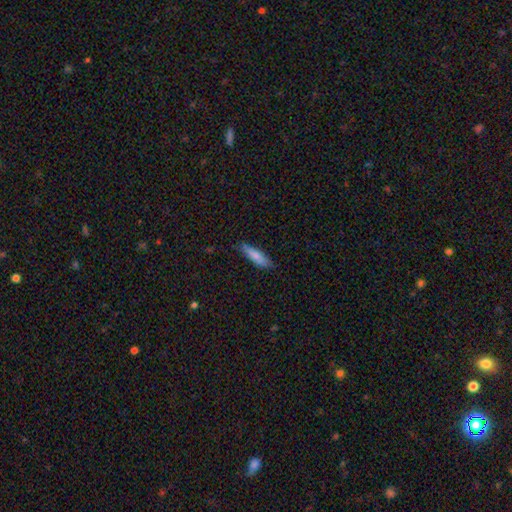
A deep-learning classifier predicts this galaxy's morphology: smooth-or-featured: smooth: 81% | featured or disk: 13% | star or artifact: 6%
  how-rounded: cigar-shaped: 70% | in between: 29% | round: 1%
  merging: none: 79% | minor disturbance: 17% | major disturbance: 3% | merger: 1%